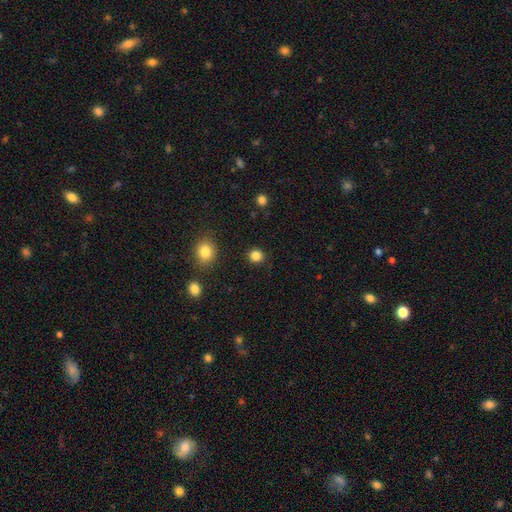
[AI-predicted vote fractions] Q: Smooth or featured?
A: smooth (84%); runner-up: star or artifact (12%)
Q: How rounded?
A: round (88%); runner-up: in between (11%)
Q: Merging?
A: none (91%); runner-up: minor disturbance (6%)